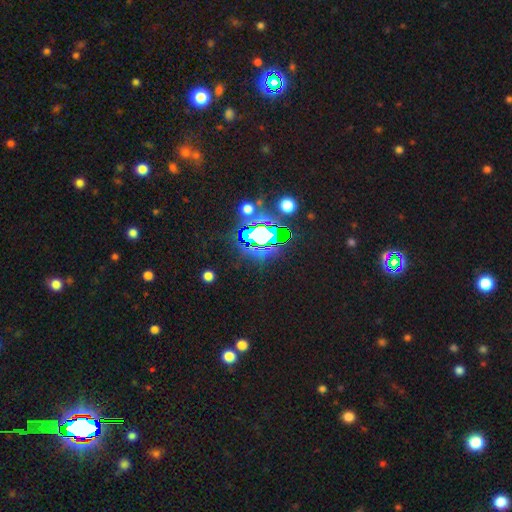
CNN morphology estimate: smooth_or_featured: star or artifact (p=0.79) [alt: smooth p=0.13]